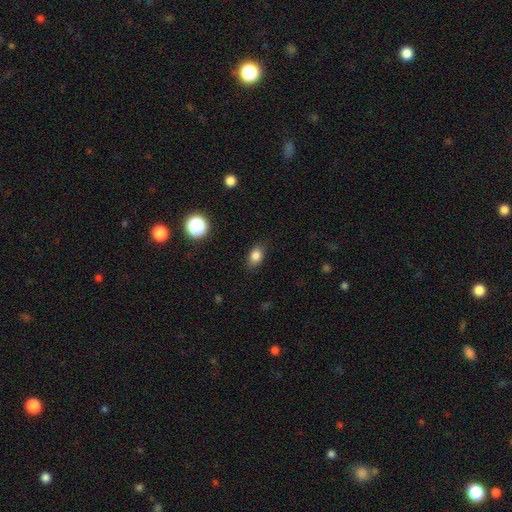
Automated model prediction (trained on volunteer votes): smooth_or_featured: smooth (p=0.83) [alt: star or artifact p=0.11]
how_rounded: in between (p=0.78) [alt: round p=0.20]
merging: none (p=0.85) [alt: minor disturbance p=0.11]